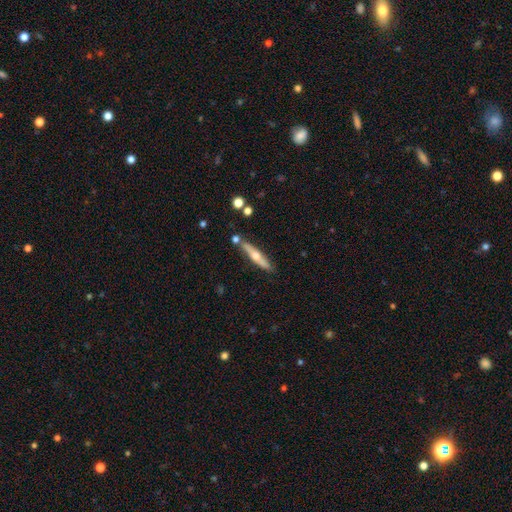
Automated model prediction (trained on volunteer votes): Smooth or featured? Predicted: featured or disk (p=0.58). Edge-on disk? Predicted: yes (p=0.92). Edge-on bulge? Predicted: rounded (p=0.89). Merging? Predicted: none (p=0.82).